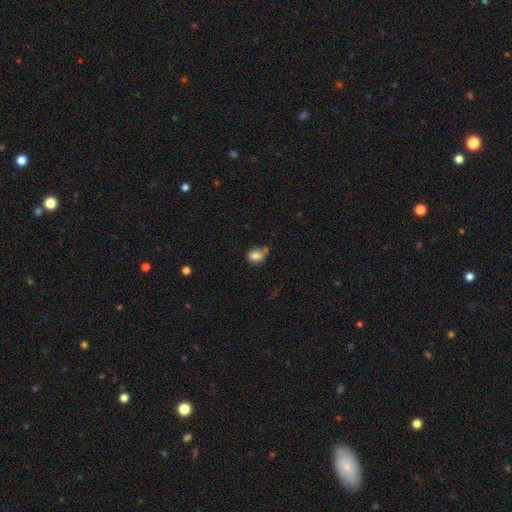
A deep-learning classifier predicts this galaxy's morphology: The model was most divided on "how rounded": in between: 56%, round: 43%, cigar-shaped: 1%. More confident: smooth or featured — smooth (82%); merging — none (53%).